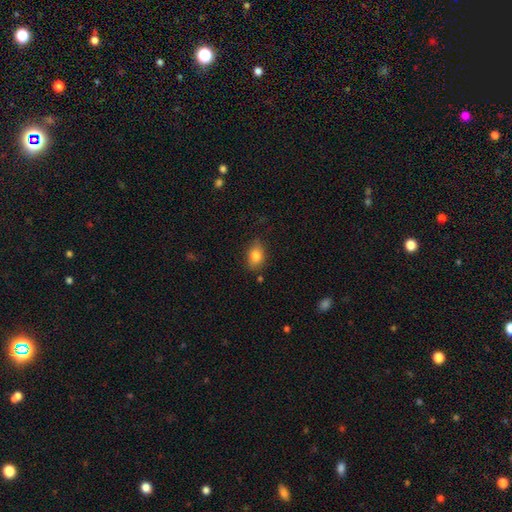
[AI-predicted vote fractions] Smooth or featured? smooth (80%)
How rounded? in between (74%)
Merging? none (78%)